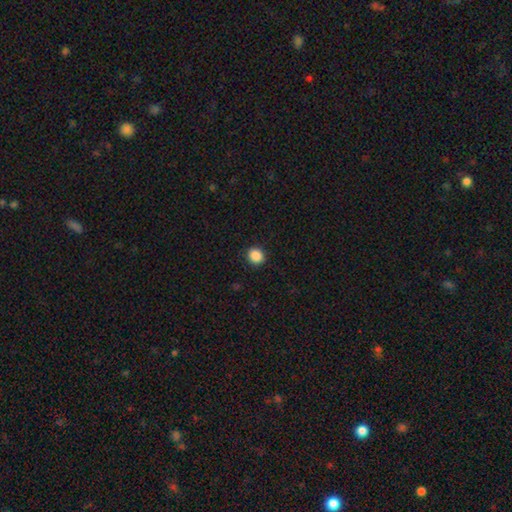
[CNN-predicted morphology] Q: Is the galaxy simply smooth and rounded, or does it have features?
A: smooth — 88%.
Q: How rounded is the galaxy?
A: round — 84%.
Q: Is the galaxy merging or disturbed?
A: none — 91%.